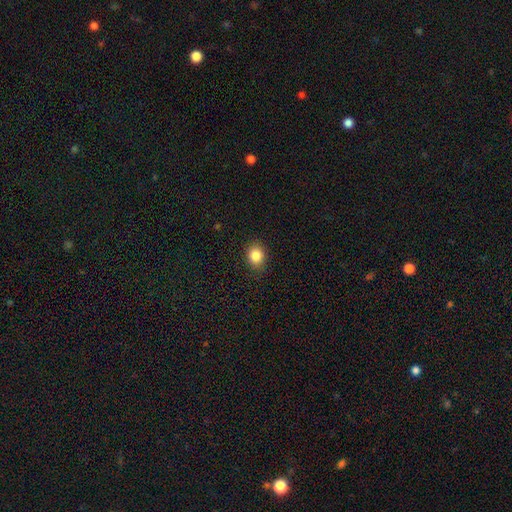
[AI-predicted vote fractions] smooth_or_featured: smooth (p=0.86) [alt: star or artifact p=0.10]
how_rounded: round (p=0.60) [alt: in between p=0.39]
merging: none (p=0.86) [alt: minor disturbance p=0.10]